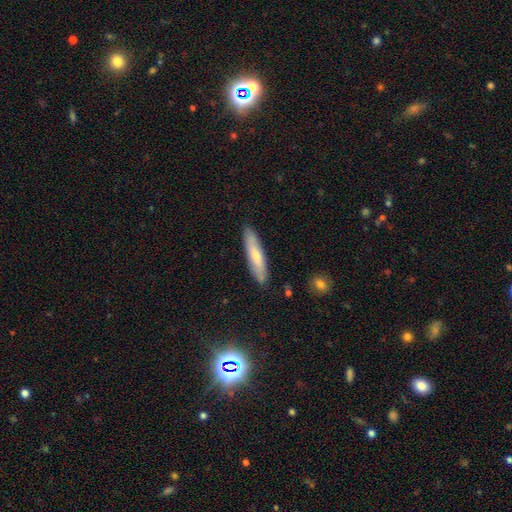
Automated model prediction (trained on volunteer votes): Smooth or featured?
  - smooth: 60% *
  - featured or disk: 33%
  - star or artifact: 7%
How rounded?
  - cigar-shaped: 84% *
  - in between: 14%
  - round: 2%
Merging?
  - none: 87% *
  - minor disturbance: 10%
  - major disturbance: 2%
  - merger: 1%